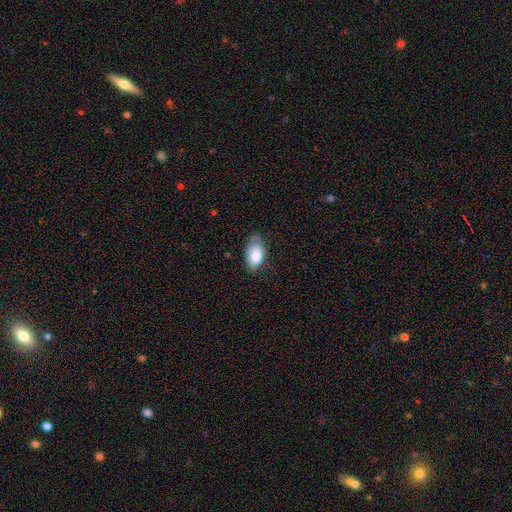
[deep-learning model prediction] Morphology: type=smooth (84%); roundness=in between (94%); merging=none (61%).